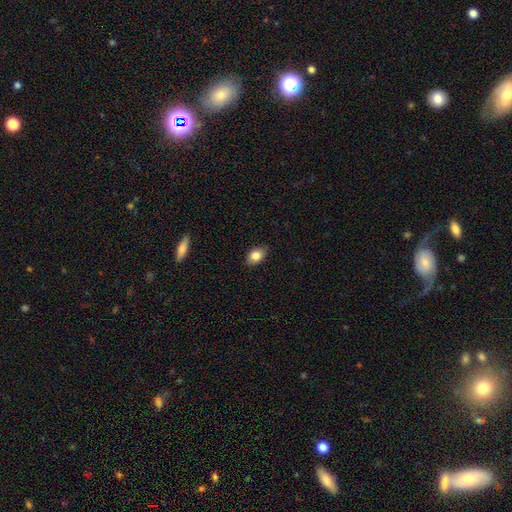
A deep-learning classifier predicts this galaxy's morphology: smooth 85%, star or artifact 8%, featured or disk 7%. Down the decision tree: how rounded — in between (83%); merging — none (87%).